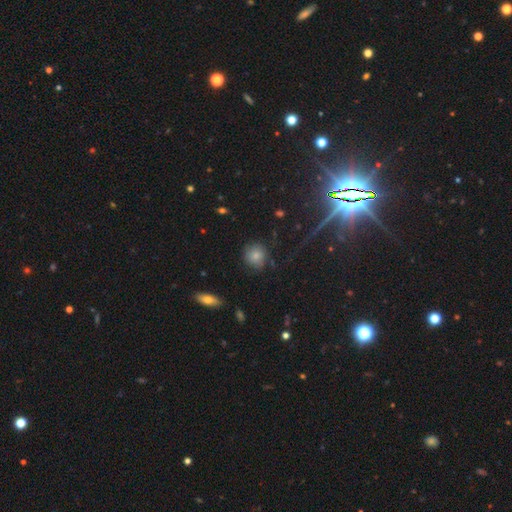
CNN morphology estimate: The model was most divided on "smooth or featured": smooth: 73%, star or artifact: 14%, featured or disk: 12%. More confident: how rounded — round (88%); merging — none (78%).